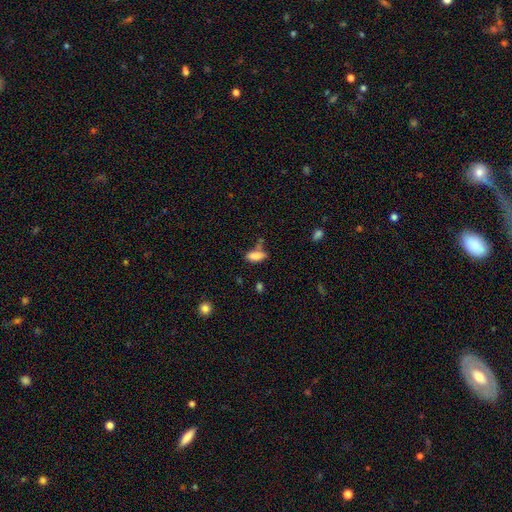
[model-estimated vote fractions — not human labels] smooth-or-featured: smooth: 82% | star or artifact: 9% | featured or disk: 9%
  how-rounded: in between: 79% | cigar-shaped: 19% | round: 3%
  merging: none: 50% | minor disturbance: 24% | merger: 17% | major disturbance: 9%